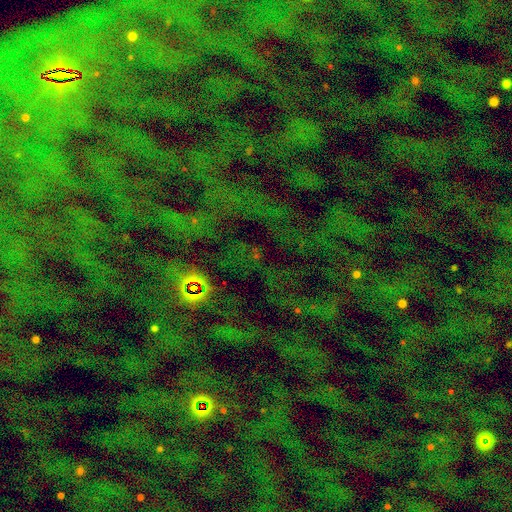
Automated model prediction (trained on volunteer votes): Smooth or featured? star or artifact (75%)